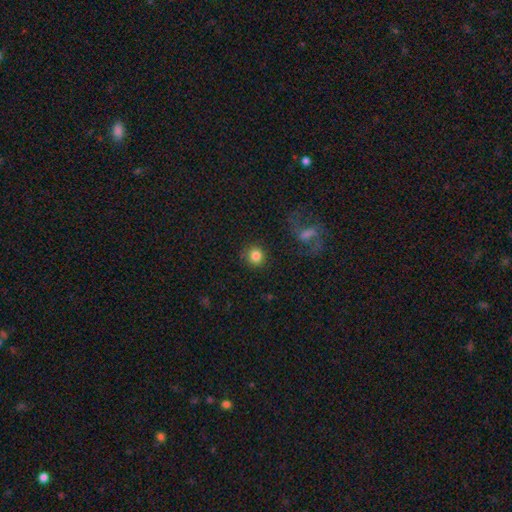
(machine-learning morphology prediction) Smooth or featured? Predicted: smooth (p=0.83). How rounded? Predicted: round (p=0.92). Merging? Predicted: none (p=0.87).